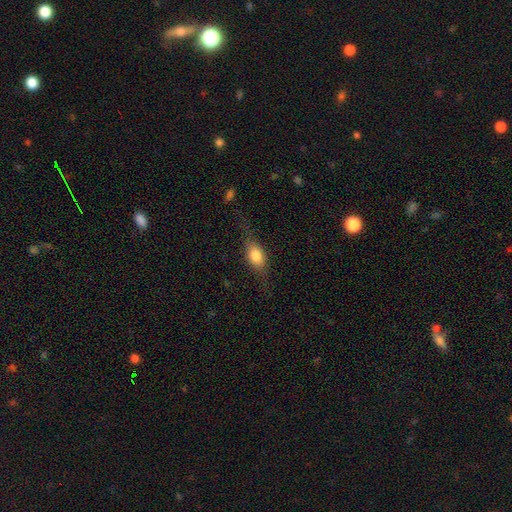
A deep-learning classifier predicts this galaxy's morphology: A smooth galaxy with no disk features (66%) that is in between round and cigar-shaped (71%).

Vote fractions:
- Smooth or featured? smooth: 66% / featured or disk: 27% / star or artifact: 8%
- How rounded? in between: 71% / cigar-shaped: 16% / round: 13%
- Merging? none: 67% / minor disturbance: 21% / major disturbance: 10% / merger: 2%